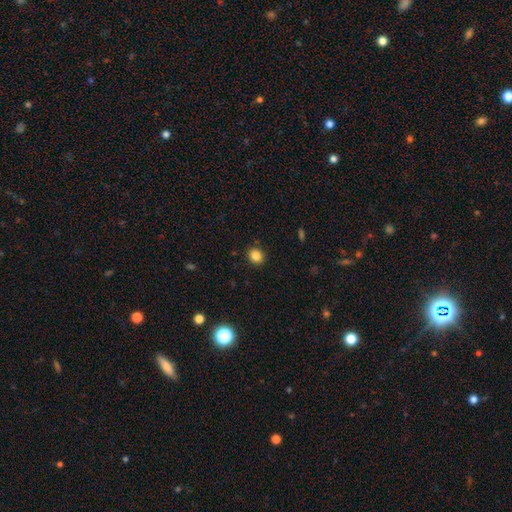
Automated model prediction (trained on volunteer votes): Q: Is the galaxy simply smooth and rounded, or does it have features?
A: smooth — 85%.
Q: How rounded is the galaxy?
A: round — 73%.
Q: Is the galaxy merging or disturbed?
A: none — 89%.